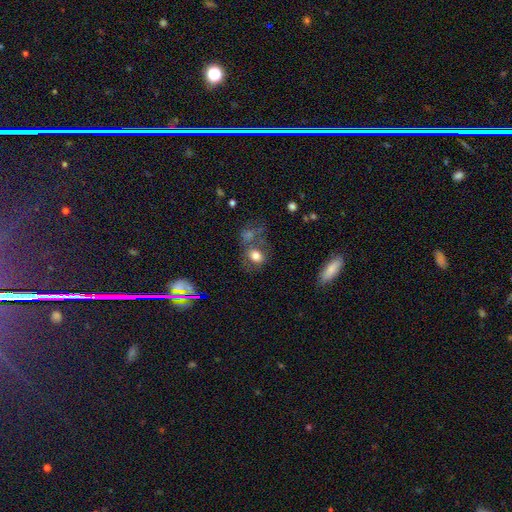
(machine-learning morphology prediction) smooth 75%, star or artifact 13%, featured or disk 13%. Down the decision tree: how rounded — in between (53%); merging — none (50%).